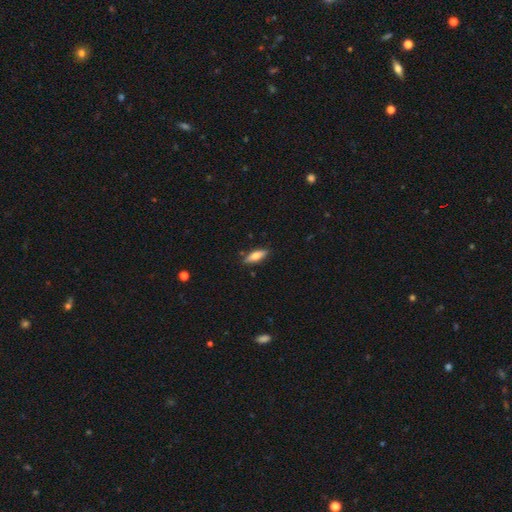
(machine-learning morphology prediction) Smooth or featured? smooth (69%)
How rounded? in between (56%)
Merging? none (87%)